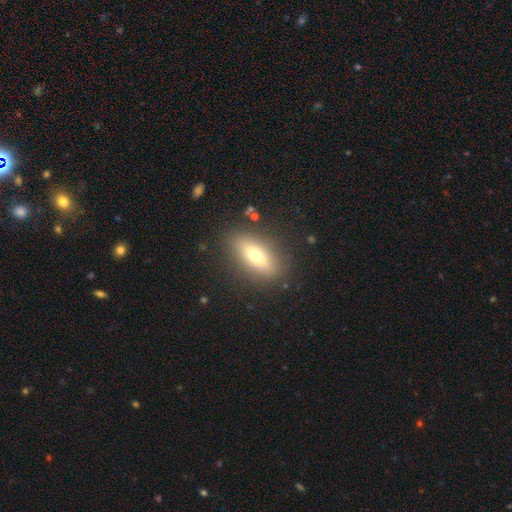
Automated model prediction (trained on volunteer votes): A smooth galaxy with no disk features (65%) that is in between round and cigar-shaped (71%).

Vote fractions:
- Smooth or featured? smooth: 65% / featured or disk: 26% / star or artifact: 9%
- How rounded? in between: 71% / cigar-shaped: 24% / round: 5%
- Merging? none: 85% / minor disturbance: 10% / major disturbance: 4% / merger: 2%